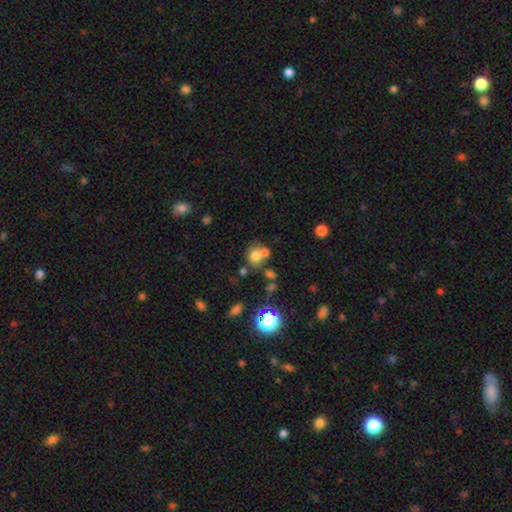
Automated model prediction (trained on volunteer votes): This is likely a smooth galaxy (70%). How rounded: likely round (72%). Merging: possibly none (46%).